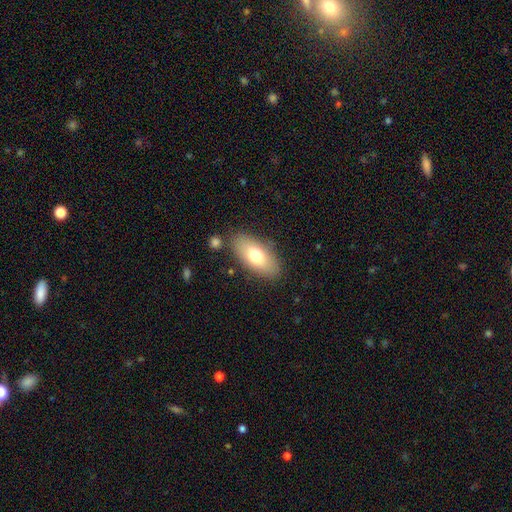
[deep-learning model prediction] Morphology: type=smooth (72%); roundness=in between (87%); merging=none (81%).